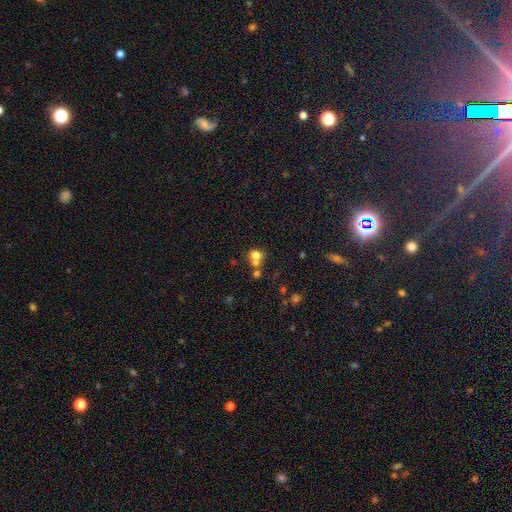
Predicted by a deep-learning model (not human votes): A smooth galaxy with no disk features (71%) that is round (72%). Merging: merger (51%).